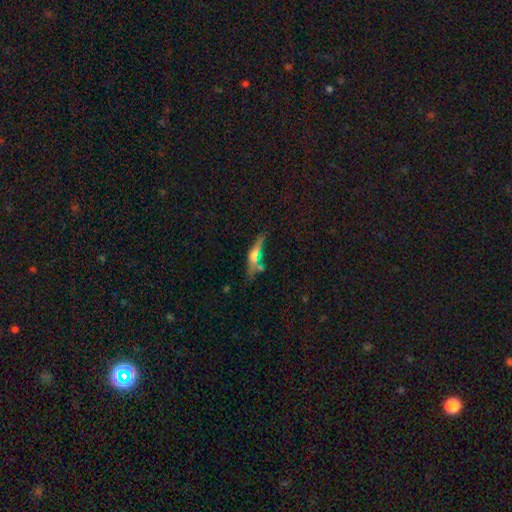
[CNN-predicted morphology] Overall: featured or disk (49%; smooth 41%). Merging: none (64%).